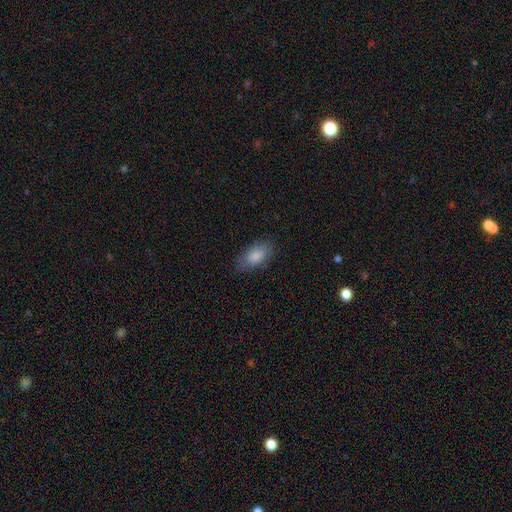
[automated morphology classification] Overall: smooth (85%). How rounded: in between (92%). Merging: none (78%).